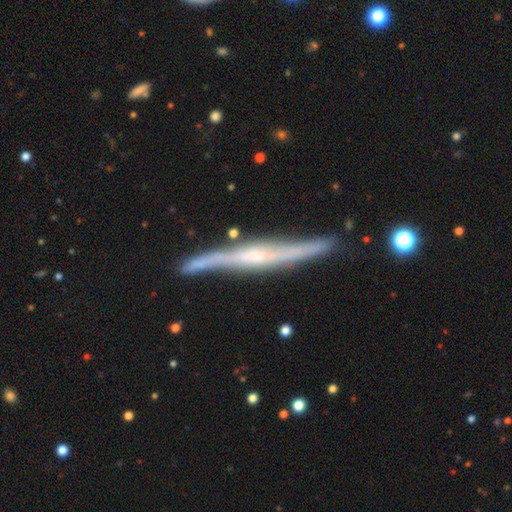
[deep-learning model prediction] Overall: featured or disk (80%). Edge-on disk: yes (92%). Edge-on bulge: rounded (47%; none 41%). Merging: none (78%).